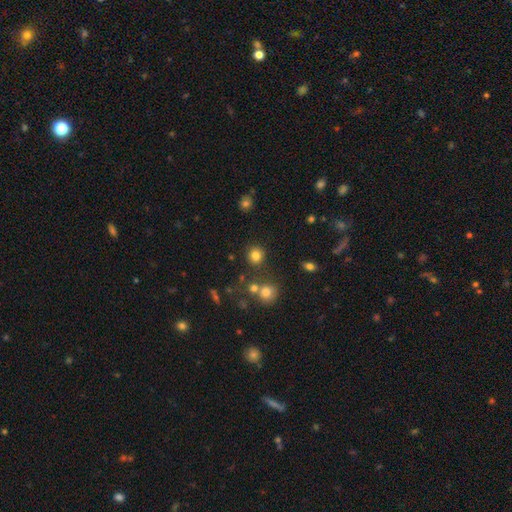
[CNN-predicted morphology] A smooth galaxy with no disk features (81%) that is round (91%).

Vote fractions:
- Smooth or featured? smooth: 81% / star or artifact: 14% / featured or disk: 6%
- How rounded? round: 91% / in between: 8% / cigar-shaped: 1%
- Merging? none: 84% / minor disturbance: 8% / merger: 6% / major disturbance: 3%